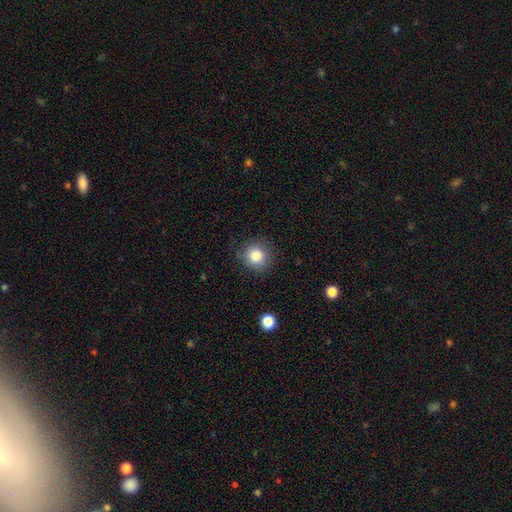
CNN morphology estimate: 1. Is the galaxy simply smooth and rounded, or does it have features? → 85% smooth, 10% star or artifact, 5% featured or disk.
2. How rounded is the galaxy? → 89% round, 10% in between, 1% cigar-shaped.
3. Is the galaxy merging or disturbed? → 84% none, 11% minor disturbance, 3% major disturbance, 1% merger.